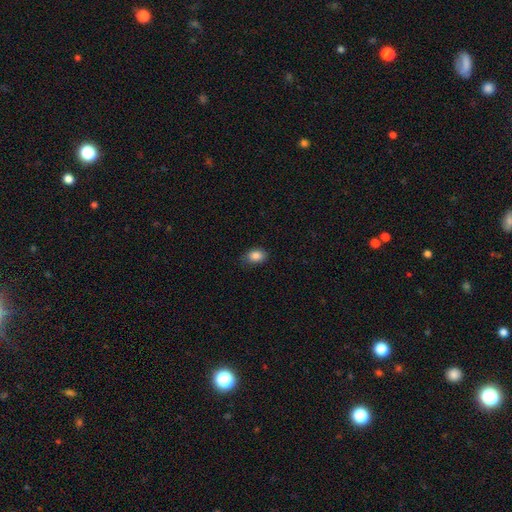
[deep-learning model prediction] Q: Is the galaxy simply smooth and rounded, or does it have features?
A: smooth — 86%.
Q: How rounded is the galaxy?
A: in between — 79%.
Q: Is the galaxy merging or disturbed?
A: none — 78%.